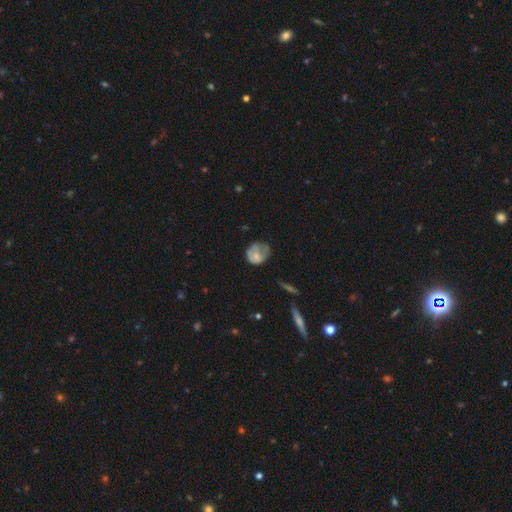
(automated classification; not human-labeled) This is possibly a smooth galaxy (58%). How rounded: possibly round (54%). Merging: marginally none (35%, tied with minor disturbance).